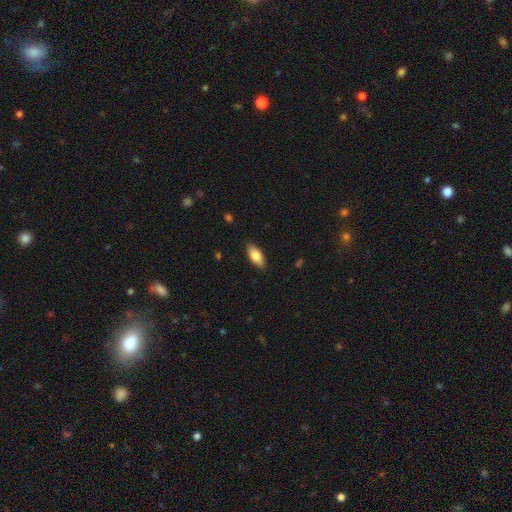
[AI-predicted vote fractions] Q: Smooth or featured?
A: smooth (80%); runner-up: featured or disk (13%)
Q: How rounded?
A: in between (86%); runner-up: cigar-shaped (12%)
Q: Merging?
A: none (88%); runner-up: minor disturbance (9%)